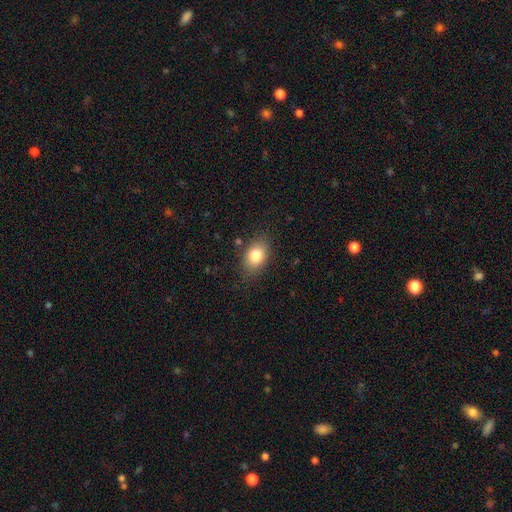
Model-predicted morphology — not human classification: Smooth or featured?
  - smooth: 79% *
  - featured or disk: 11%
  - star or artifact: 9%
How rounded?
  - in between: 77% *
  - round: 21%
  - cigar-shaped: 2%
Merging?
  - none: 80% *
  - minor disturbance: 14%
  - major disturbance: 4%
  - merger: 2%